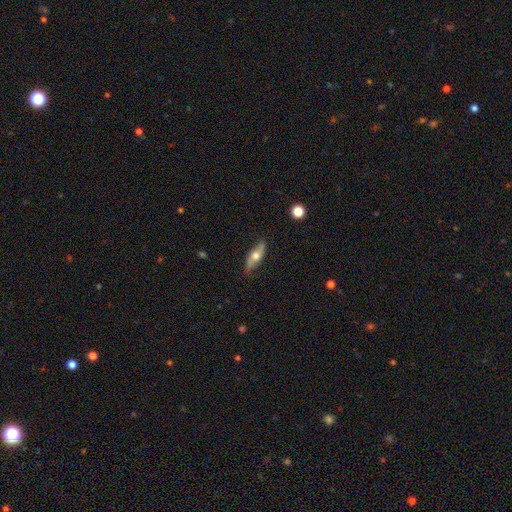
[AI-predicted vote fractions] smooth_or_featured: smooth (p=0.48) [alt: featured or disk p=0.46]
merging: none (p=0.79) [alt: minor disturbance p=0.17]